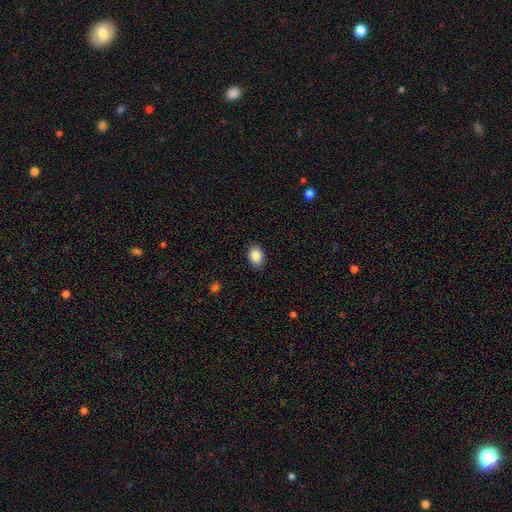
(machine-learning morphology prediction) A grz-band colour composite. It shows a smooth galaxy with no disk features (88%) that is in between round and cigar-shaped (81%). Merging: none (85%).